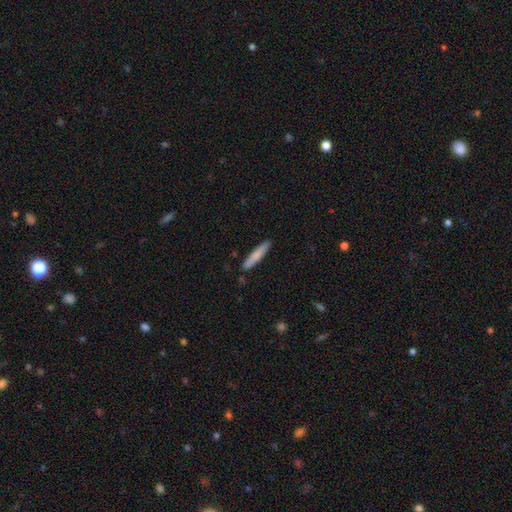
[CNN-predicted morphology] Smooth or featured: smooth — 77% (featured or disk — 18%)
How rounded: cigar-shaped — 92% (in between — 7%)
Merging: none — 88% (minor disturbance — 9%)